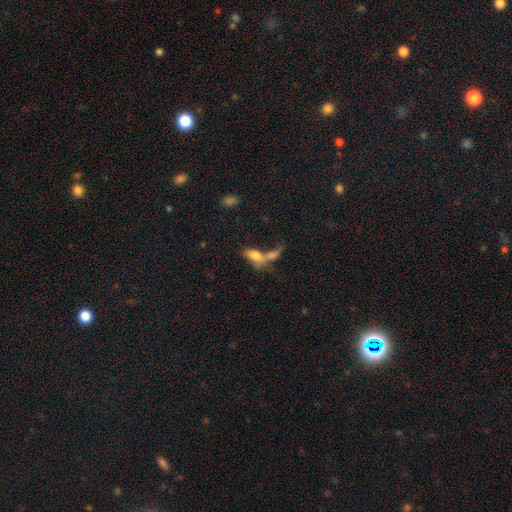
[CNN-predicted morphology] This is likely a smooth galaxy (68%). How rounded: clearly in between (82%). Merging: possibly merger (60%).